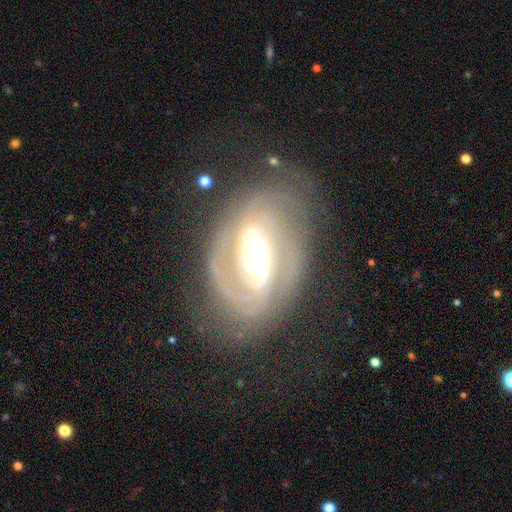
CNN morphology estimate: type=featured or disk (88%); edge-on=no (96%); bar=strong (57%); spiral arms=yes (96%); winding=tight (57%); arm count=2 (53%); bulge=moderate (57%); merging=none (69%).